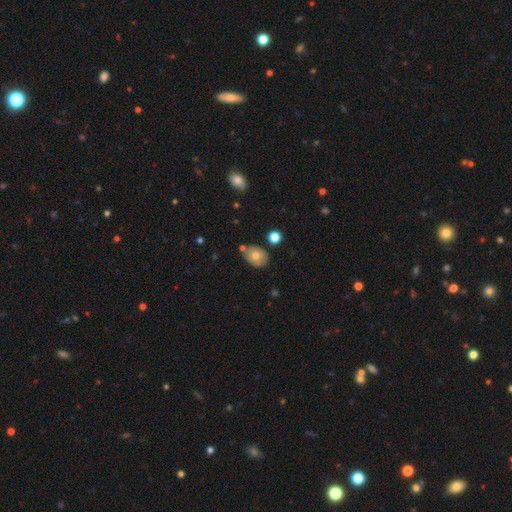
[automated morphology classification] Smooth or featured: smooth — 71% (featured or disk — 20%)
How rounded: in between — 69% (round — 30%)
Merging: none — 71% (minor disturbance — 16%)